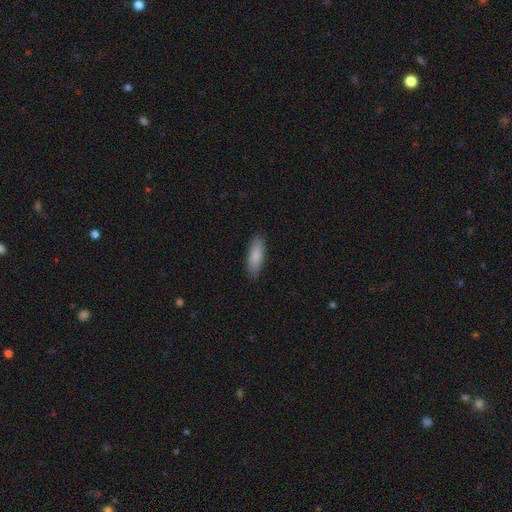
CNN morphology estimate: Smooth or featured?
  - smooth: 85% *
  - featured or disk: 9%
  - star or artifact: 6%
How rounded?
  - in between: 61% *
  - cigar-shaped: 37%
  - round: 2%
Merging?
  - none: 88% *
  - minor disturbance: 9%
  - major disturbance: 2%
  - merger: 1%